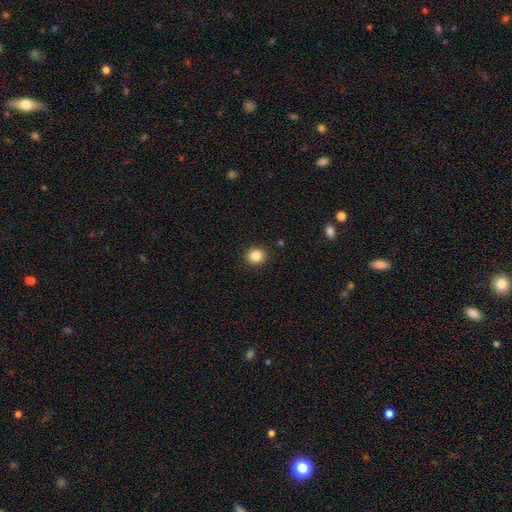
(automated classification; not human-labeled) Smooth or featured? smooth (86%)
How rounded? round (82%)
Merging? none (90%)